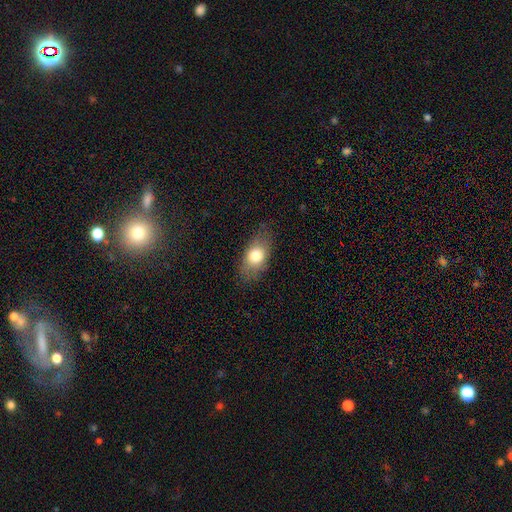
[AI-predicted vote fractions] This appears to be a smooth galaxy with no disk features (75%) that is in between round and cigar-shaped (83%). Merging: none (75%).